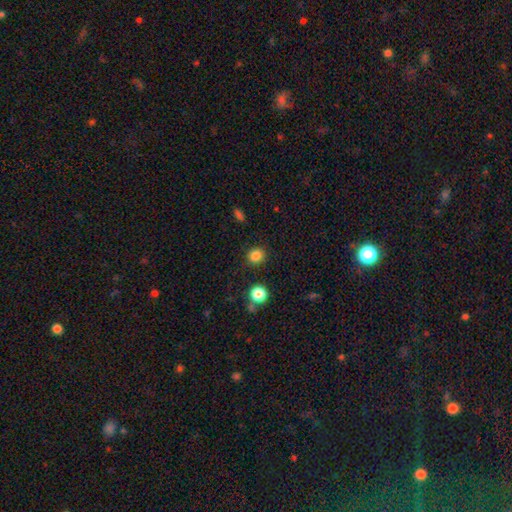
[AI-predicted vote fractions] smooth 84%, star or artifact 12%, featured or disk 4%. Down the decision tree: how rounded — round (88%); merging — none (89%).